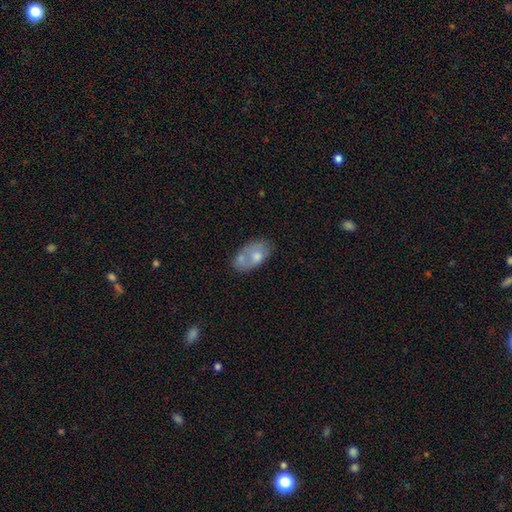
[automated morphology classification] Q: Smooth or featured?
A: smooth (59%); runner-up: featured or disk (34%)
Q: How rounded?
A: in between (90%); runner-up: round (9%)
Q: Merging?
A: none (35%); runner-up: merger (30%)